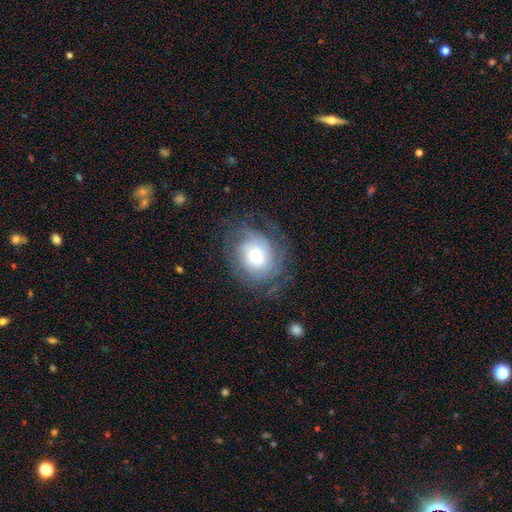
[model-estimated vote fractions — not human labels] This appears to be a featured or disk galaxy (63%) with no bar (71%), tight (60%) spiral arms (84%) and a moderate central bulge (47%). Merging: none (67%).